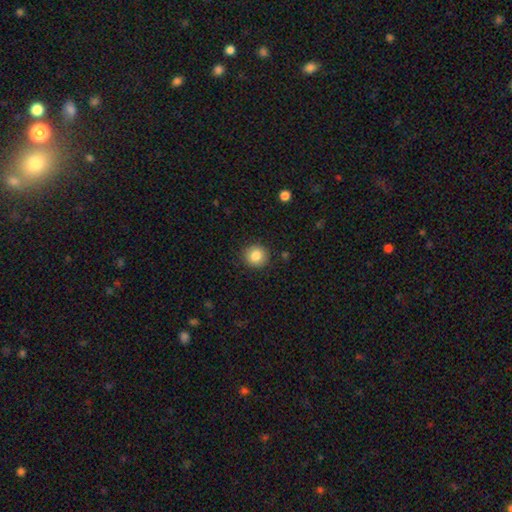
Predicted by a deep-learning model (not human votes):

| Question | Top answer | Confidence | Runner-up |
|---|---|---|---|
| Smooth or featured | smooth | 84% | star or artifact (9%) |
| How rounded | round | 91% | in between (8%) |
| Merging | none | 90% | minor disturbance (7%) |